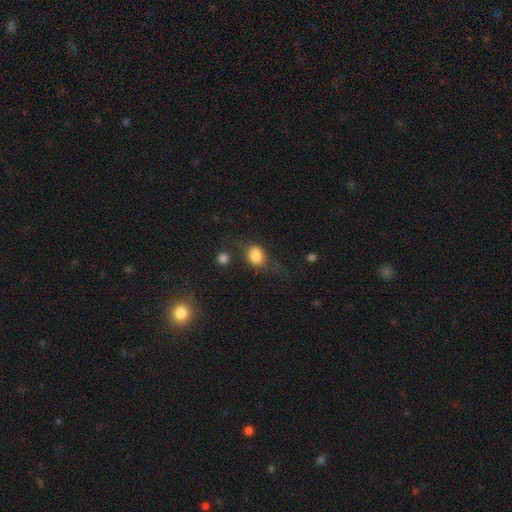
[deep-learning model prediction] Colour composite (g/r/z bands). It shows a smooth galaxy with no disk features (78%) that is in between round and cigar-shaped (60%). Merging: none (49%).